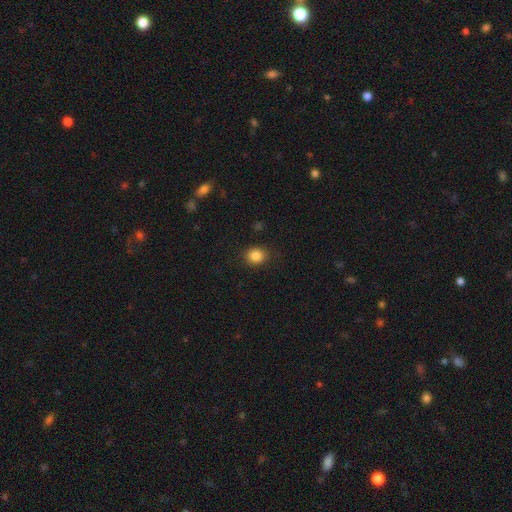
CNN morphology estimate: smooth_or_featured: smooth (p=0.86) [alt: star or artifact p=0.10]
how_rounded: round (p=0.69) [alt: in between p=0.30]
merging: none (p=0.87) [alt: minor disturbance p=0.09]